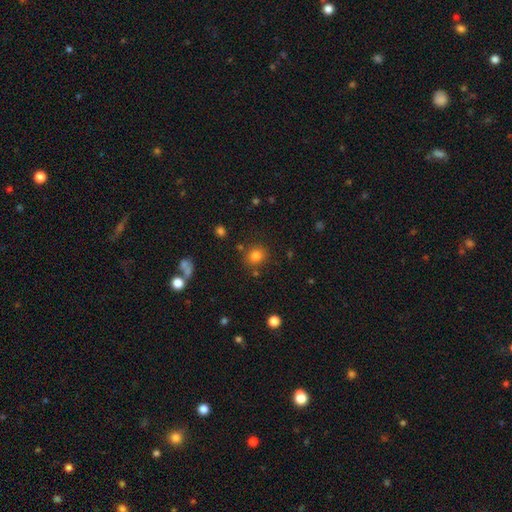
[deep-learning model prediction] This is clearly a smooth galaxy (80%). How rounded: clearly round (81%). Merging: clearly none (82%).